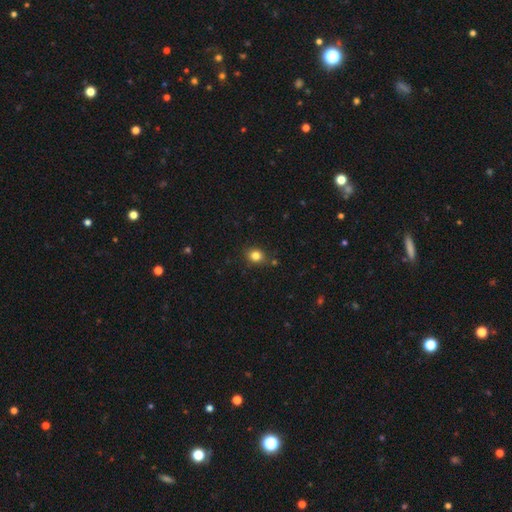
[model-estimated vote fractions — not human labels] Q: Smooth or featured?
A: smooth (81%); runner-up: star or artifact (12%)
Q: How rounded?
A: round (69%); runner-up: in between (30%)
Q: Merging?
A: none (82%); runner-up: minor disturbance (12%)